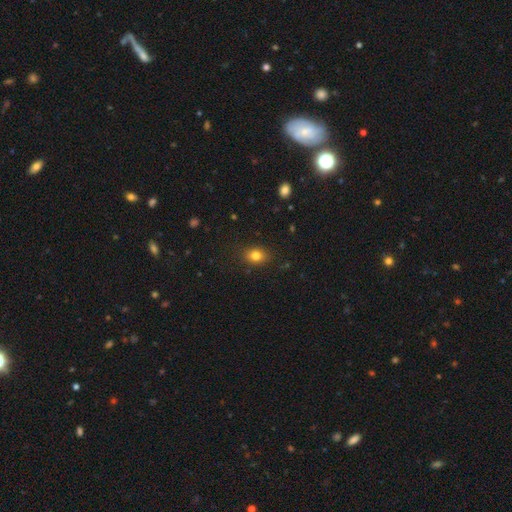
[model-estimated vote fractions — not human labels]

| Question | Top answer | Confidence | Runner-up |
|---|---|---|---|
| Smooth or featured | smooth | 81% | star or artifact (12%) |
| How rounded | in between | 58% | round (40%) |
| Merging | none | 87% | minor disturbance (10%) |